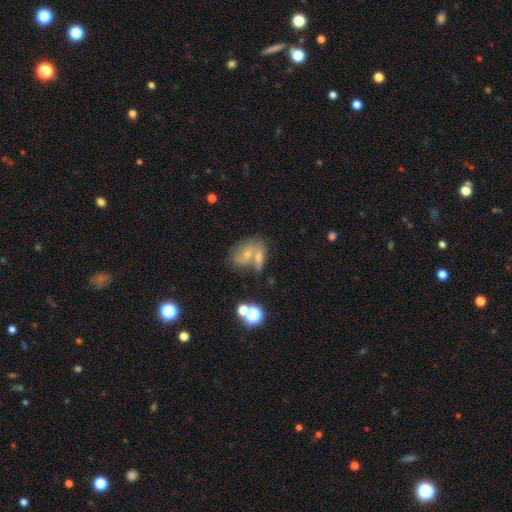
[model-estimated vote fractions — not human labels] The model was most divided on "merging": merger: 52%, none: 32%, minor disturbance: 10%, major disturbance: 6%. More confident: how rounded — in between (69%); smooth or featured — smooth (56%).